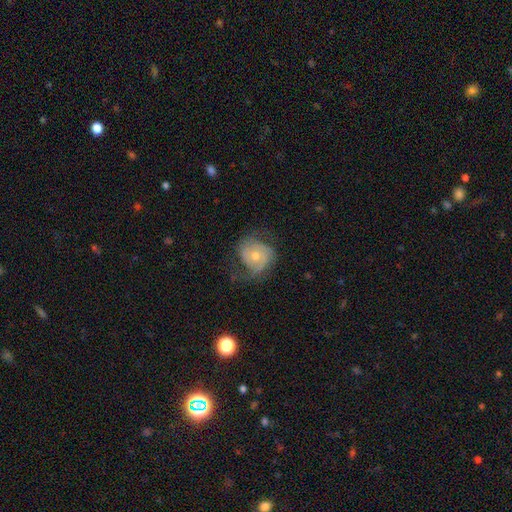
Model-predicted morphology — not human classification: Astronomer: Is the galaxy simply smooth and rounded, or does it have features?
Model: featured or disk — 68%.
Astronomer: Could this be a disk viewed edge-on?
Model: no — 97%.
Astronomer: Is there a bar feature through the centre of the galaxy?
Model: no — 74%.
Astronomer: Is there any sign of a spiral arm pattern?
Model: yes — 88%.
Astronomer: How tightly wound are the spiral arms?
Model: medium — 41% (runner-up: tight, 36%).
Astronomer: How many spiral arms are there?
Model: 2 — 65%.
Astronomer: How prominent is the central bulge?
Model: moderate — 58% (runner-up: small, 37%).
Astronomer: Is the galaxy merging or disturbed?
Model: none — 56%.